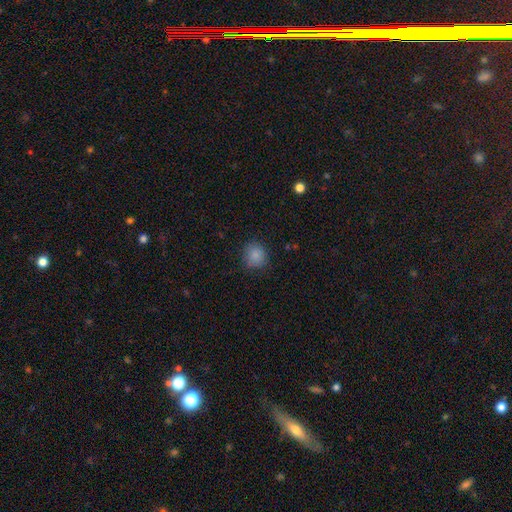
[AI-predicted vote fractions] Smooth or featured?
  - smooth: 84% *
  - star or artifact: 11%
  - featured or disk: 5%
How rounded?
  - round: 82% *
  - in between: 17%
  - cigar-shaped: 1%
Merging?
  - none: 79% *
  - minor disturbance: 16%
  - major disturbance: 4%
  - merger: 1%